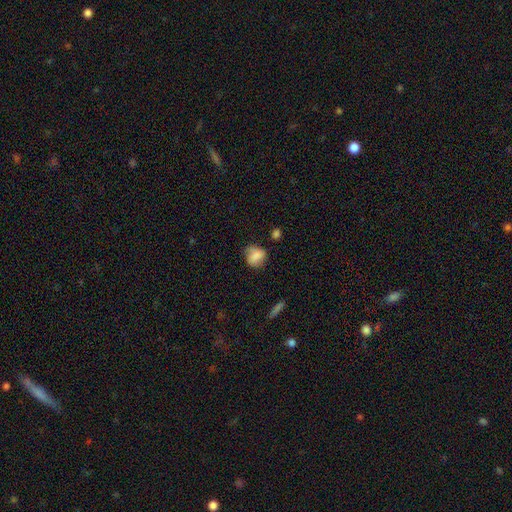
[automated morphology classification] Smooth or featured? Predicted: smooth (p=0.77). How rounded? Predicted: round (p=0.55). Merging? Predicted: none (p=0.54).